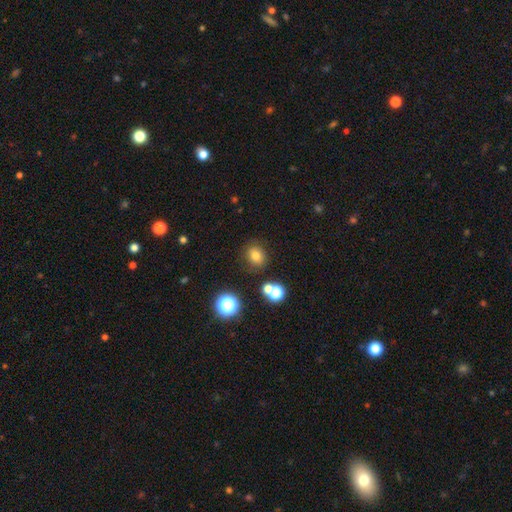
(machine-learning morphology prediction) The model was most divided on "how rounded": round: 73%, in between: 26%, cigar-shaped: 1%. More confident: merging — none (80%); smooth or featured — smooth (77%).